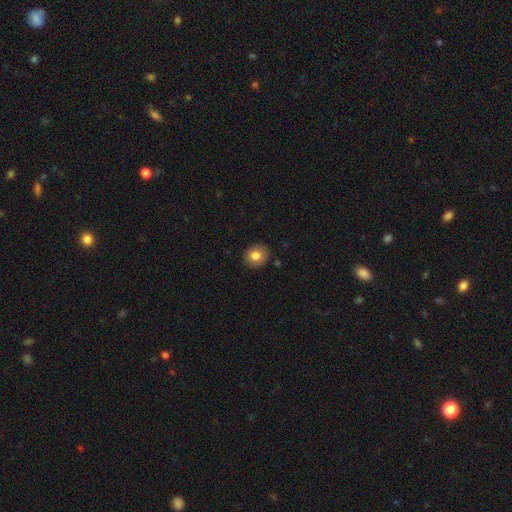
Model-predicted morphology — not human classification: A smooth galaxy with no disk features (81%) that is round (74%). Merging: none (88%).